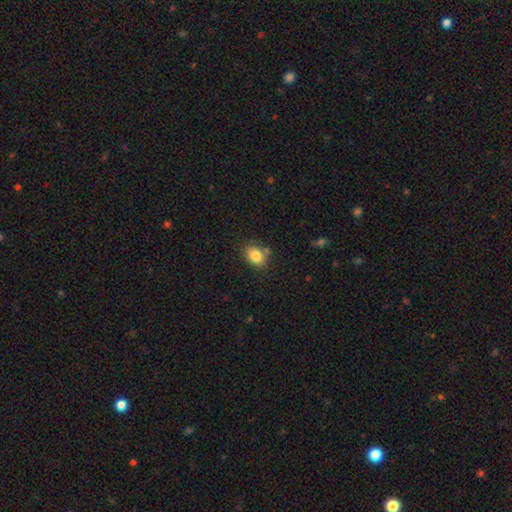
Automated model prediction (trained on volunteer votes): The model was most divided on "how rounded": in between: 70%, round: 29%, cigar-shaped: 1%. More confident: smooth or featured — smooth (84%); merging — none (78%).